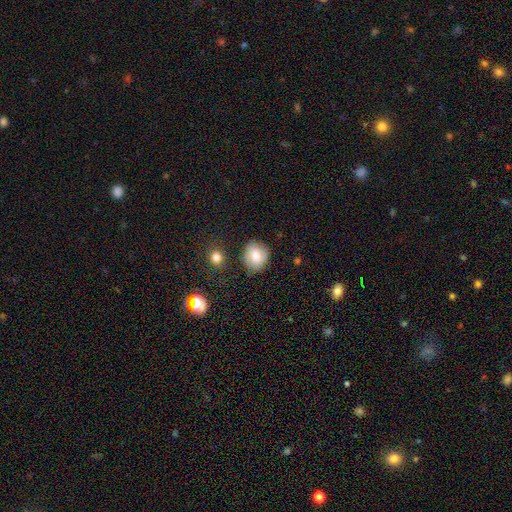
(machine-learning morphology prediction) Smooth or featured? smooth (69%)
How rounded? round (67%)
Merging? none (77%)